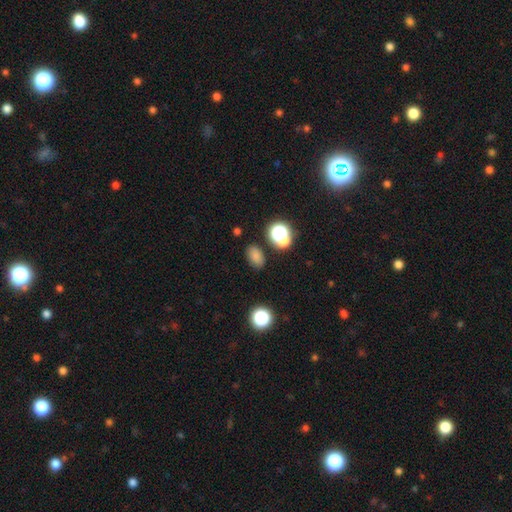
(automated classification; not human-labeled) Smooth or featured? Predicted: smooth (p=0.76). How rounded? Predicted: in between (p=0.84). Merging? Predicted: none (p=0.80).